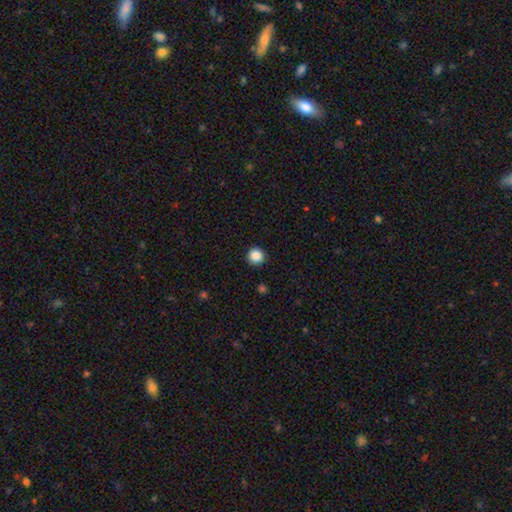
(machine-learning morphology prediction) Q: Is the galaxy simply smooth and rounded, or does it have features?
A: smooth — 88%.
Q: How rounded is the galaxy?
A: round — 96%.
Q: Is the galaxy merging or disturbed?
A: none — 93%.